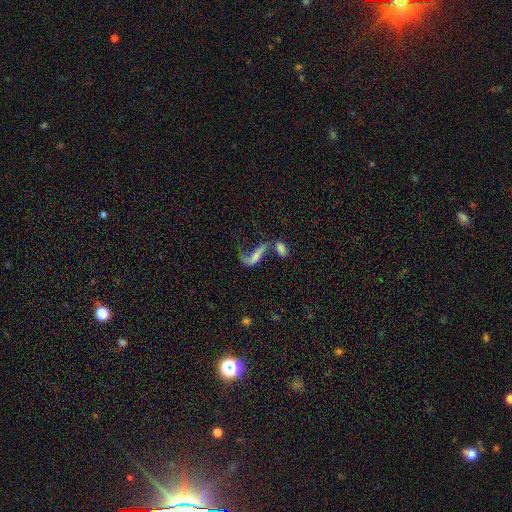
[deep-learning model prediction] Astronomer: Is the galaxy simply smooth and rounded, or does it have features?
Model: smooth — 47% (runner-up: featured or disk, 41%).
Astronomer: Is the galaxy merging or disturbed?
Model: merger — 41% (runner-up: major disturbance, 25%).